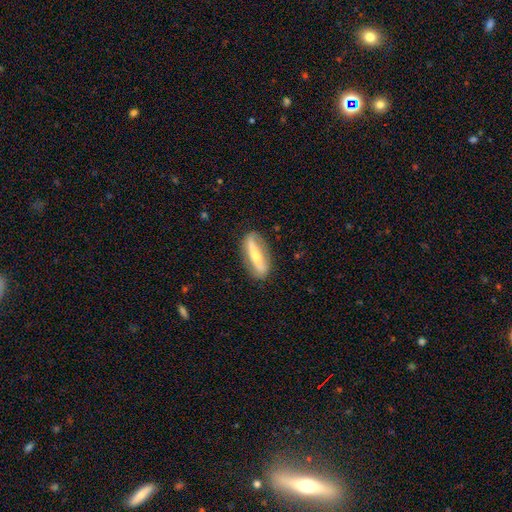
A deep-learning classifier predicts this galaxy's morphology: A featured or disk galaxy (55%) viewed edge-on (57%).

Vote fractions:
- Smooth or featured? featured or disk: 55% / smooth: 39% / star or artifact: 6%
- Edge-on disk? yes: 57% / no: 43%
- Merging? none: 83% / minor disturbance: 12% / major disturbance: 4% / merger: 1%